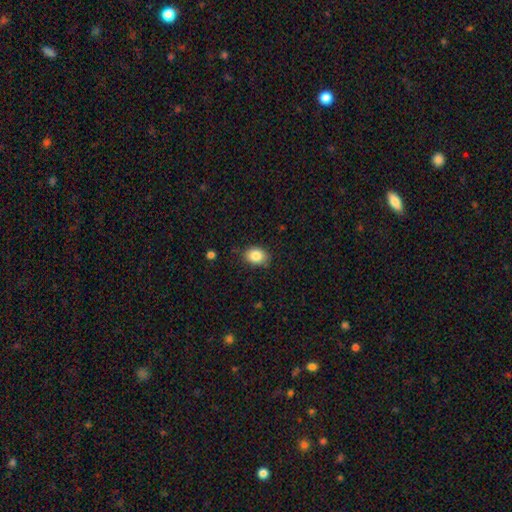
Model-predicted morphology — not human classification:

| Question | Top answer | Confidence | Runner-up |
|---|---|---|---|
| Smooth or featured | smooth | 85% | star or artifact (9%) |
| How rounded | in between | 67% | round (32%) |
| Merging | none | 82% | minor disturbance (14%) |